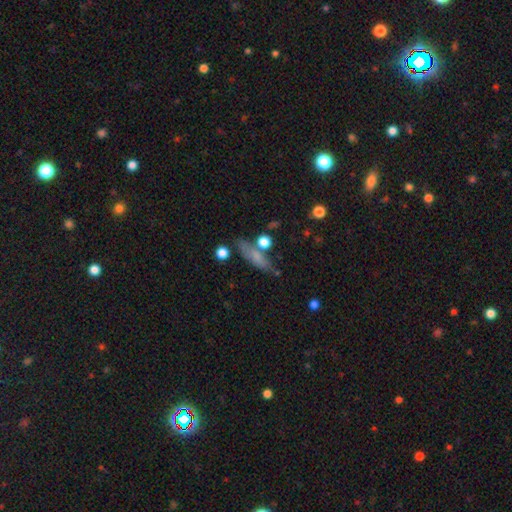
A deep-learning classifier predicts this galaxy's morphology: A smooth galaxy with no disk features (66%) that is cigar-shaped (61%).

Vote fractions:
- Smooth or featured? smooth: 66% / featured or disk: 23% / star or artifact: 11%
- How rounded? cigar-shaped: 61% / in between: 33% / round: 6%
- Merging? none: 70% / minor disturbance: 16% / merger: 9% / major disturbance: 6%